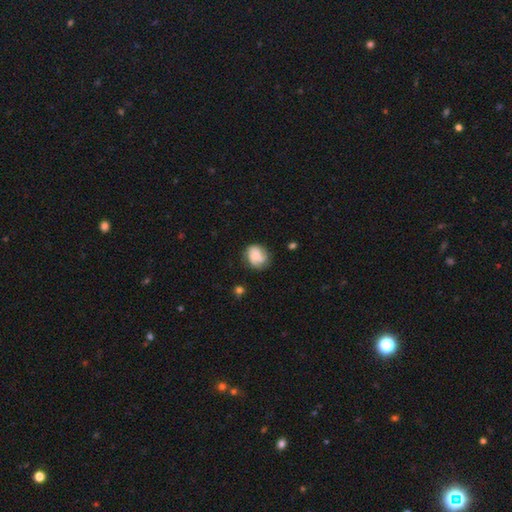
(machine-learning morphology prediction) smooth-or-featured: smooth: 55% | featured or disk: 37% | star or artifact: 9%
  how-rounded: round: 64% | in between: 35% | cigar-shaped: 1%
  merging: none: 65% | minor disturbance: 24% | major disturbance: 8% | merger: 2%